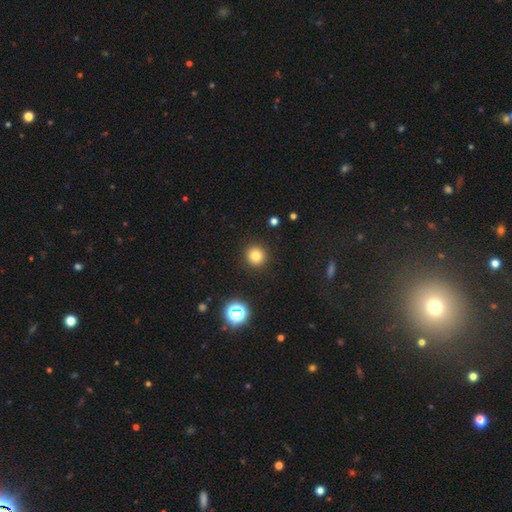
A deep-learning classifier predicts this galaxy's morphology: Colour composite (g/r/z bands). It shows a smooth galaxy with no disk features (79%) that is round (94%). Merging: none (92%).